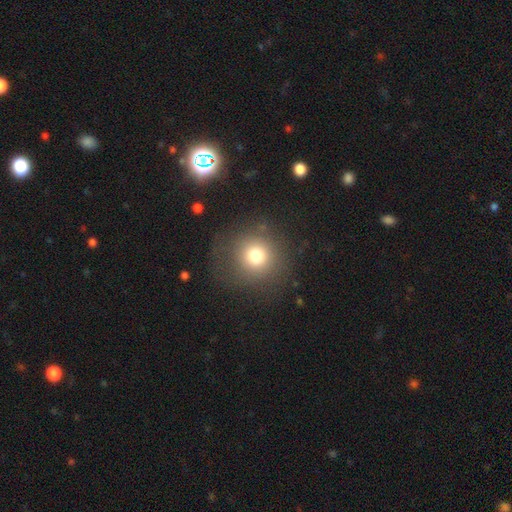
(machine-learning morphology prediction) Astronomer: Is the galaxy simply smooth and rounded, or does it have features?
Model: smooth — 75%.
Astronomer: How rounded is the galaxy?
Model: round — 93%.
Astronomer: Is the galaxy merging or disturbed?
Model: none — 80%.